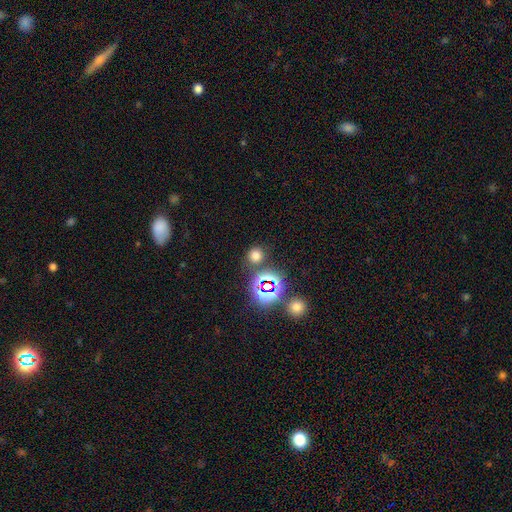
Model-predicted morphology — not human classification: Overall: smooth (66%; star or artifact 28%). How rounded: round (86%). Merging: none (80%).